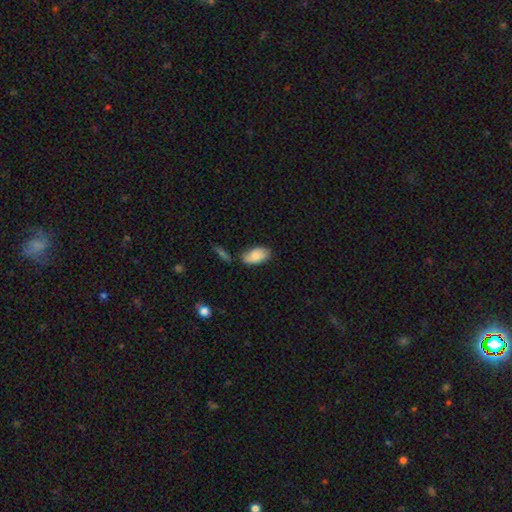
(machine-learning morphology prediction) smooth-or-featured: smooth: 80% | featured or disk: 14% | star or artifact: 6%
  how-rounded: in between: 94% | round: 3% | cigar-shaped: 3%
  merging: none: 66% | minor disturbance: 22% | merger: 7% | major disturbance: 5%